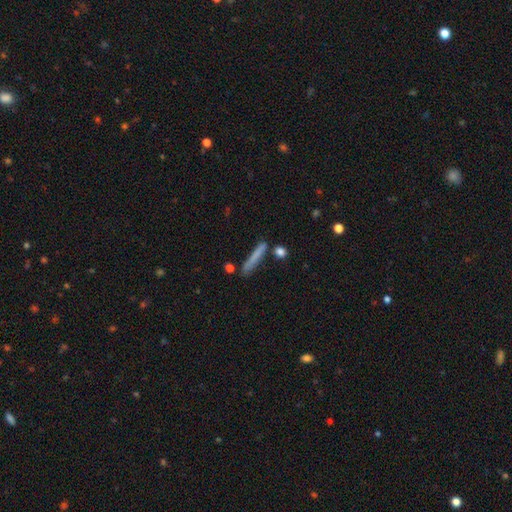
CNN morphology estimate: This is likely a smooth galaxy (70%). How rounded: clearly cigar-shaped (94%). Merging: likely none (78%).